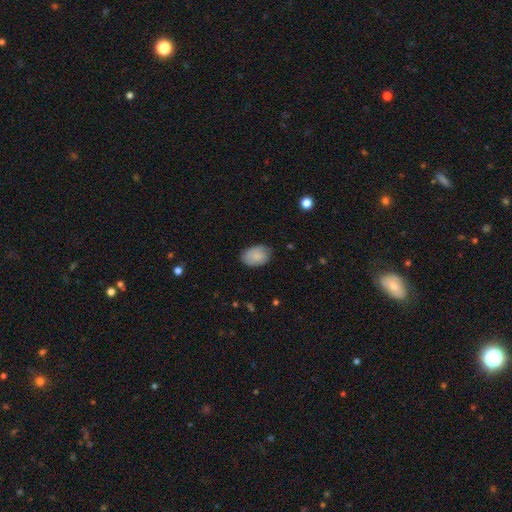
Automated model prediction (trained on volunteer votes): A smooth galaxy with no disk features (79%) that is in between round and cigar-shaped (84%).

Vote fractions:
- Smooth or featured? smooth: 79% / featured or disk: 15% / star or artifact: 7%
- How rounded? in between: 84% / round: 15% / cigar-shaped: 1%
- Merging? none: 75% / minor disturbance: 20% / major disturbance: 4% / merger: 1%